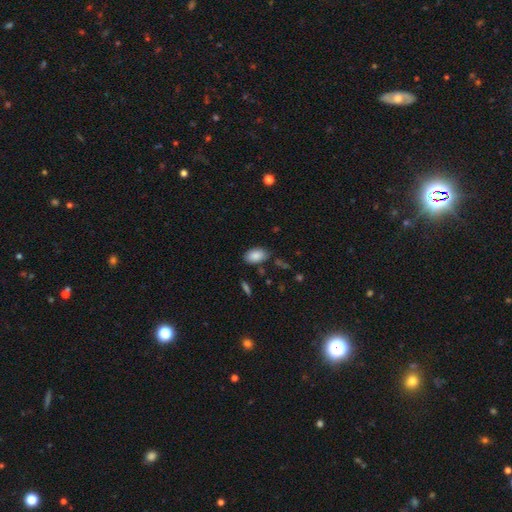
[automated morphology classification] This appears to be a smooth galaxy with no disk features (87%) that is in between round and cigar-shaped (92%). Merging: none (79%).